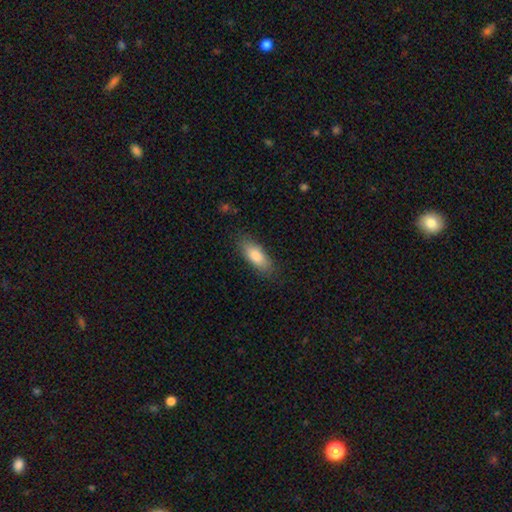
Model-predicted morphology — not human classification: This appears to be a smooth galaxy with no disk features (82%) that is in between round and cigar-shaped (75%). Merging: none (82%).